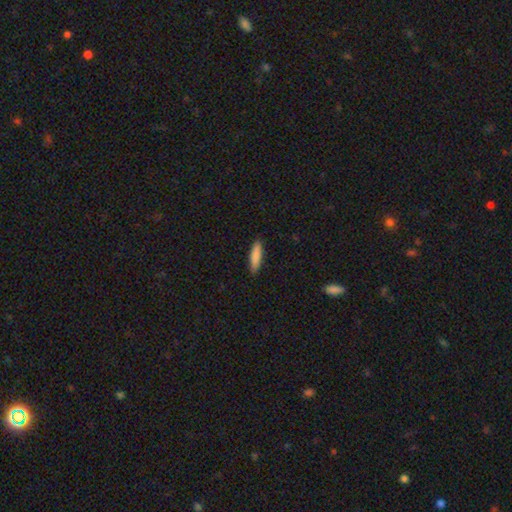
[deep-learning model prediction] This is clearly a smooth galaxy (86%). How rounded: likely cigar-shaped (69%). Merging: clearly none (88%).